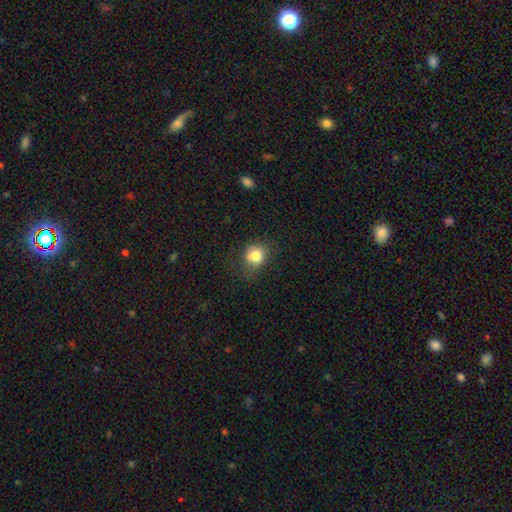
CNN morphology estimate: This is likely a smooth galaxy (78%). How rounded: likely round (69%). Merging: possibly none (59%).